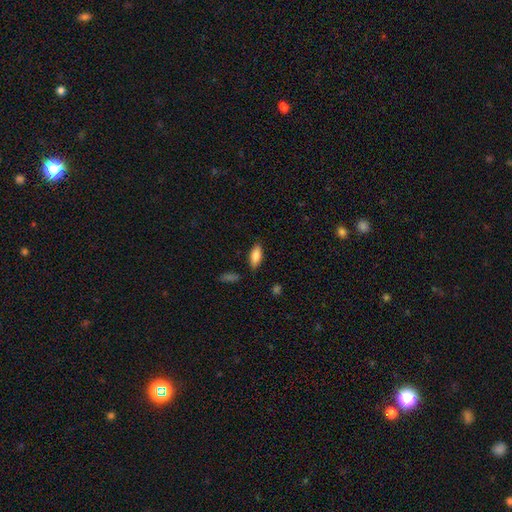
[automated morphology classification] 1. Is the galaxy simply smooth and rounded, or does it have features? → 84% smooth, 9% featured or disk, 7% star or artifact.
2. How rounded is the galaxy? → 81% in between, 17% cigar-shaped, 2% round.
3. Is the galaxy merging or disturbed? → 84% none, 12% minor disturbance, 3% major disturbance, 2% merger.